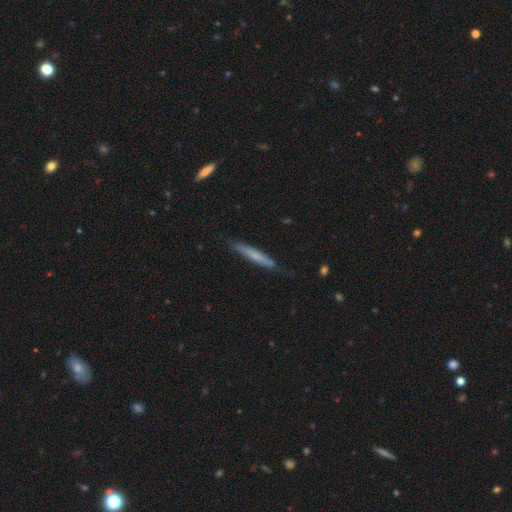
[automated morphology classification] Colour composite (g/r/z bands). It shows a smooth galaxy with no disk features (62%) that is cigar-shaped (95%). Merging: none (82%).